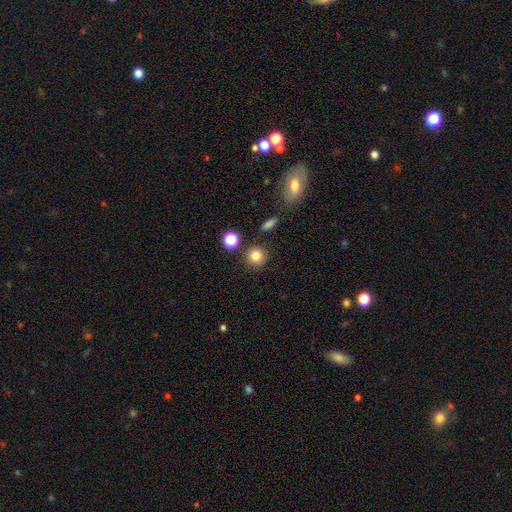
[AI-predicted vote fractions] Smooth or featured? Predicted: smooth (p=0.83). How rounded? Predicted: round (p=0.90). Merging? Predicted: none (p=0.84).